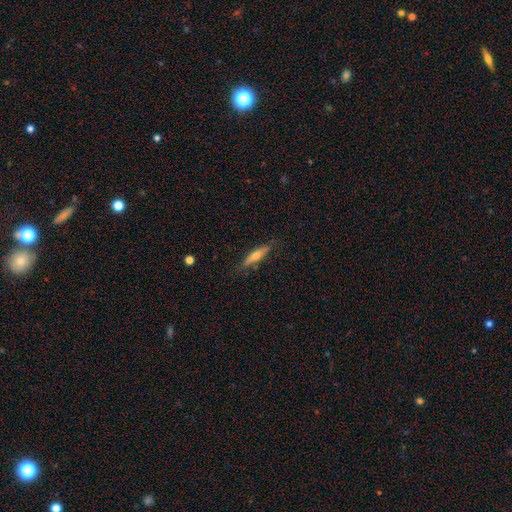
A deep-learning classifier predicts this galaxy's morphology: Q: Smooth or featured?
A: smooth (49%); runner-up: featured or disk (44%)
Q: Merging?
A: none (83%); runner-up: minor disturbance (13%)